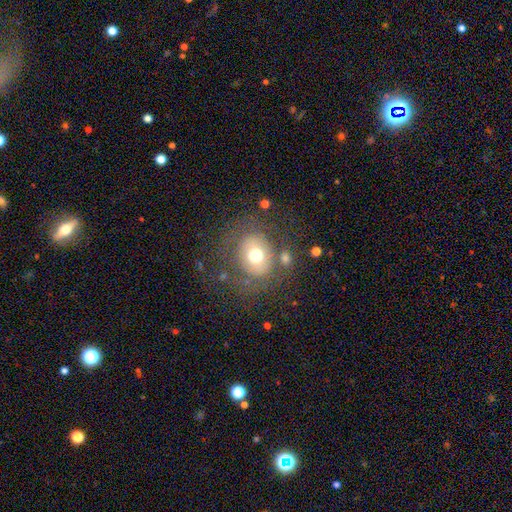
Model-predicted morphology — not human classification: smooth-or-featured: smooth: 65% | featured or disk: 22% | star or artifact: 12%
  how-rounded: round: 72% | in between: 27% | cigar-shaped: 1%
  merging: none: 67% | minor disturbance: 15% | major disturbance: 11% | merger: 6%